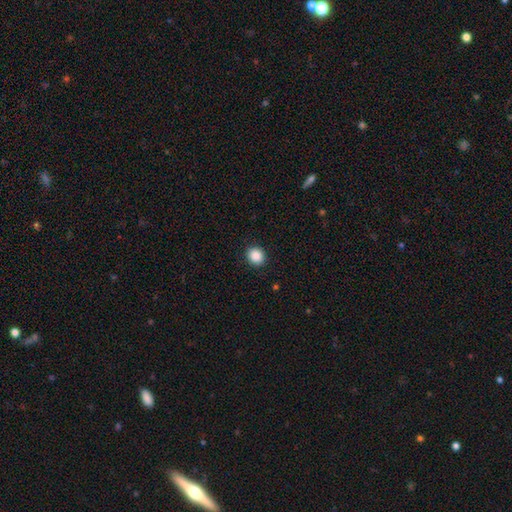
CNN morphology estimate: Smooth or featured? smooth (88%)
How rounded? round (77%)
Merging? none (91%)